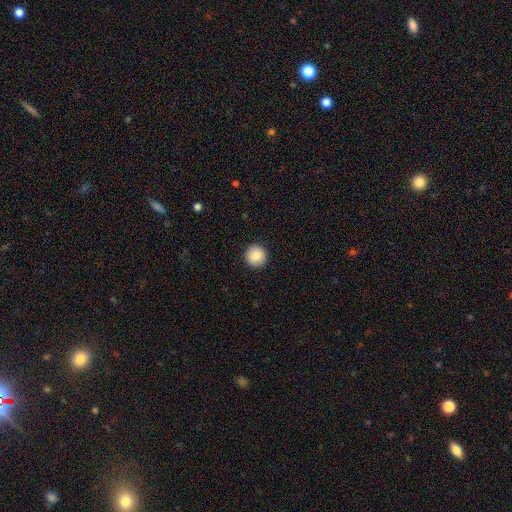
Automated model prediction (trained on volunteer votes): This is clearly a smooth galaxy (85%). How rounded: clearly round (96%). Merging: clearly none (93%).